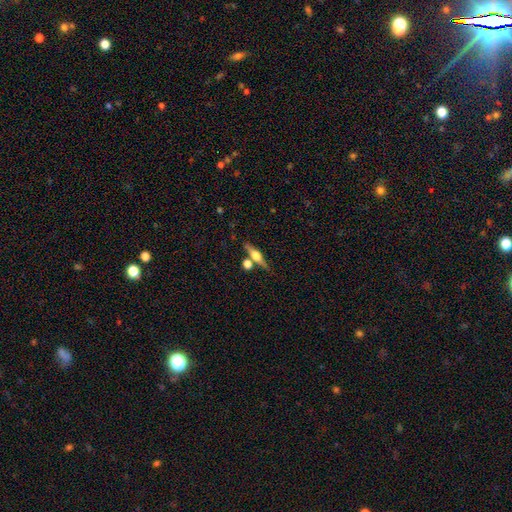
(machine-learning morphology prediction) This appears to be a featured or disk galaxy (67%) viewed edge-on (96%) with a rounded central bulge (92%). Merging: none (73%).